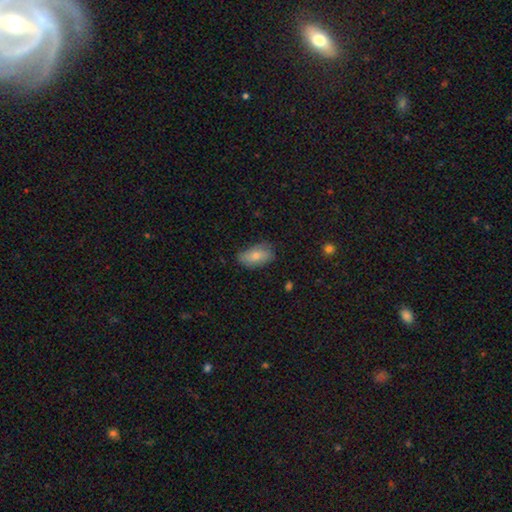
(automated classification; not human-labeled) smooth 75%, featured or disk 18%, star or artifact 7%. Down the decision tree: how rounded — in between (92%); merging — none (71%).